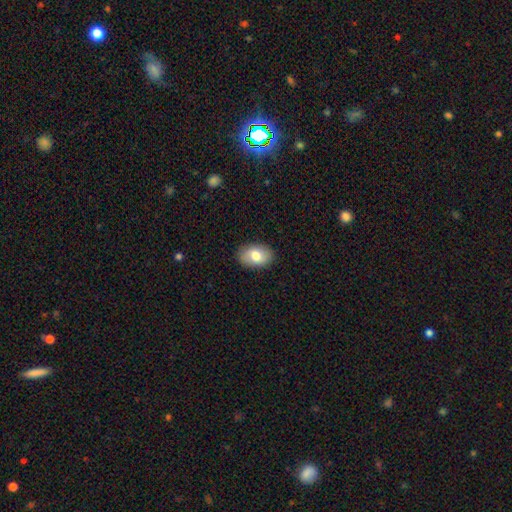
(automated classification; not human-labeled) This appears to be a smooth galaxy with no disk features (76%) that is in between round and cigar-shaped (87%). Merging: none (88%).